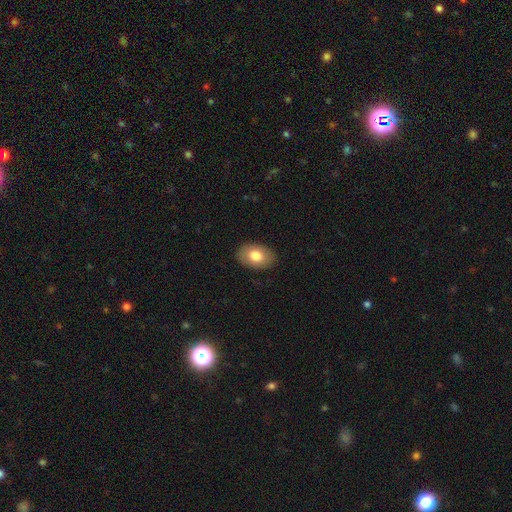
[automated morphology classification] type=smooth (78%); roundness=in between (86%); merging=none (88%).